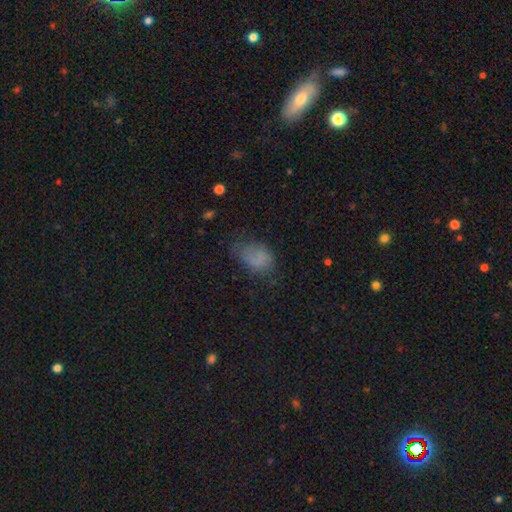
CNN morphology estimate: Smooth or featured: smooth — 69% (star or artifact — 17%)
How rounded: in between — 84% (round — 14%)
Merging: none — 44% (minor disturbance — 32%)